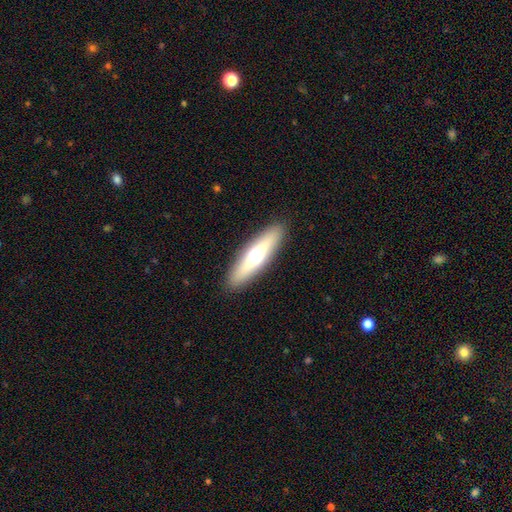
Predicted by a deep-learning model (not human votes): smooth_or_featured: smooth (p=0.53) [alt: featured or disk p=0.41]
how_rounded: cigar-shaped (p=0.70) [alt: in between p=0.28]
merging: none (p=0.90) [alt: minor disturbance p=0.07]